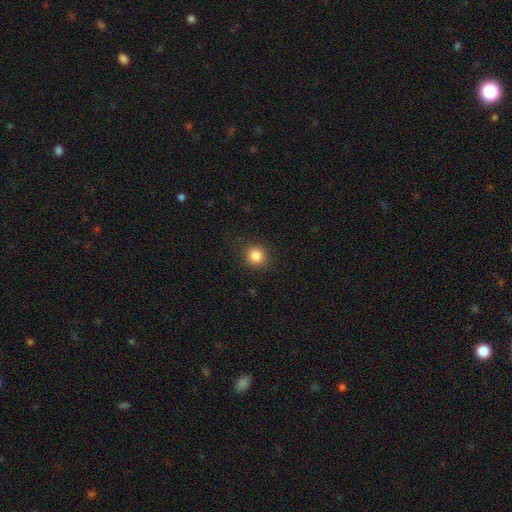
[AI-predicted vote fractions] smooth_or_featured: smooth (p=0.84) [alt: star or artifact p=0.11]
how_rounded: round (p=0.92) [alt: in between p=0.07]
merging: none (p=0.89) [alt: minor disturbance p=0.08]